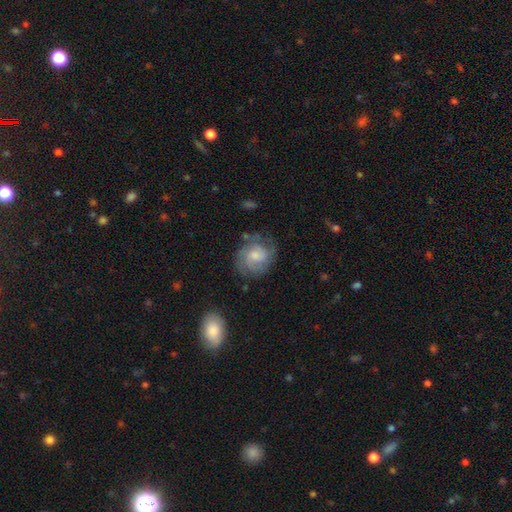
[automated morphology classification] smooth-or-featured: featured or disk: 60% | smooth: 33% | star or artifact: 8%
  disk-edge-on: no: 98% | yes: 2%
    bar: no: 61% | weak: 35% | strong: 5%
    has-spiral-arms: yes: 85% | no: 15%
    bulge-size: moderate: 42% | small: 33% | large: 12% | none: 11% | dominant: 2%
  merging: none: 68% | minor disturbance: 20% | major disturbance: 10% | merger: 2%